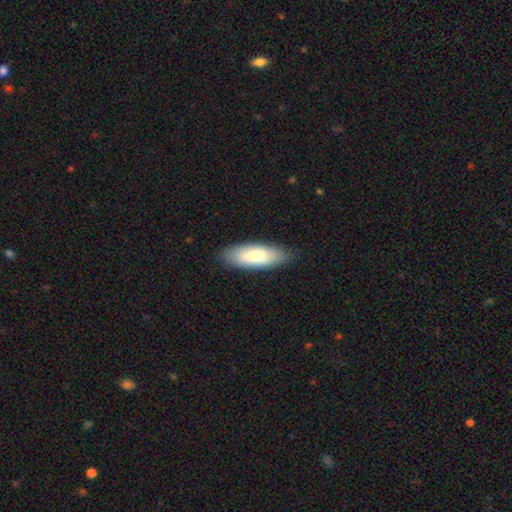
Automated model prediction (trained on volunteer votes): Smooth or featured?
  - smooth: 78% *
  - featured or disk: 16%
  - star or artifact: 6%
How rounded?
  - in between: 61% *
  - cigar-shaped: 37%
  - round: 2%
Merging?
  - none: 87% *
  - minor disturbance: 10%
  - major disturbance: 2%
  - merger: 1%